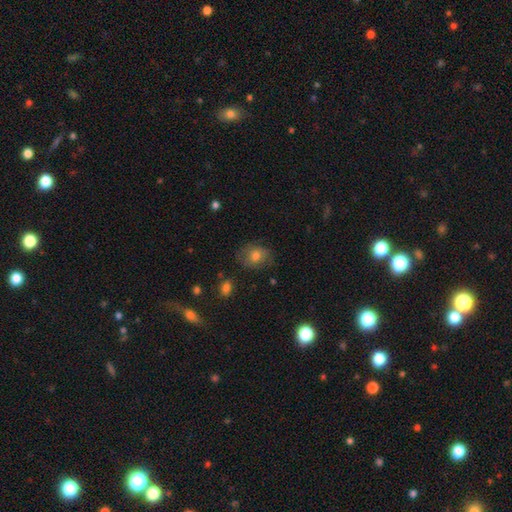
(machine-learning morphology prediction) Smooth or featured? smooth (69%)
How rounded? round (53%)
Merging? none (72%)